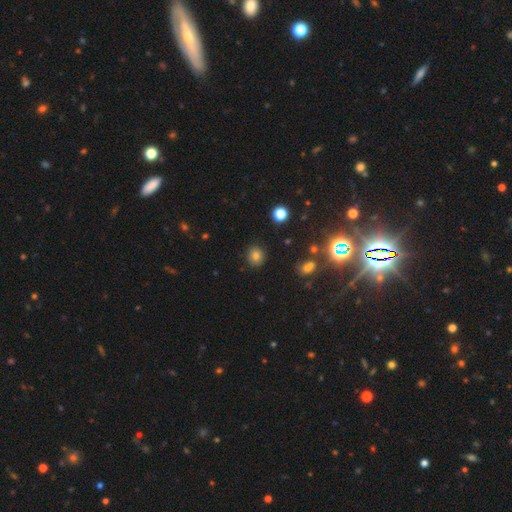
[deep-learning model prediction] Smooth or featured? smooth (78%)
How rounded? round (84%)
Merging? none (88%)